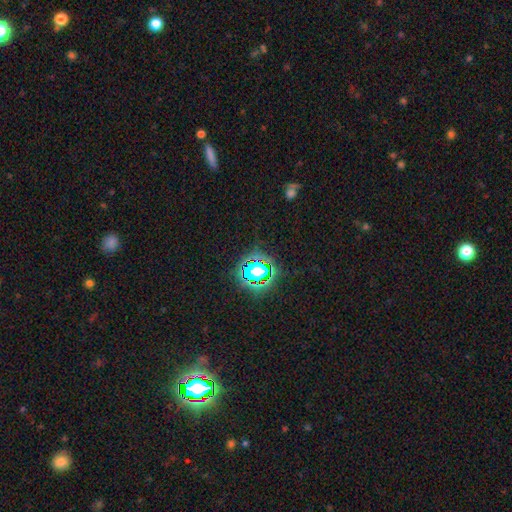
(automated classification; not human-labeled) smooth_or_featured: star or artifact (p=0.77) [alt: smooth p=0.15]